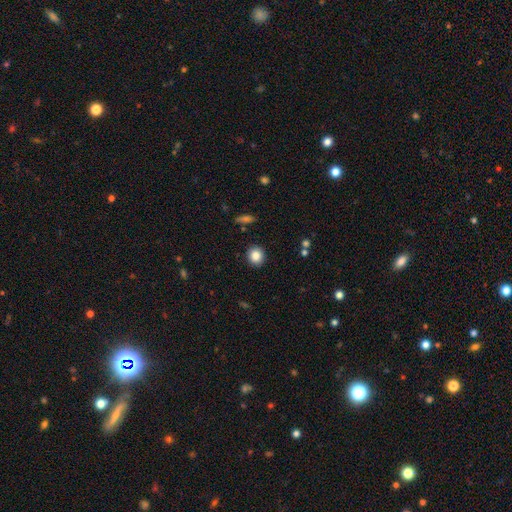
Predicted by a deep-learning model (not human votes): Morphology: type=smooth (85%); roundness=round (84%); merging=none (91%).